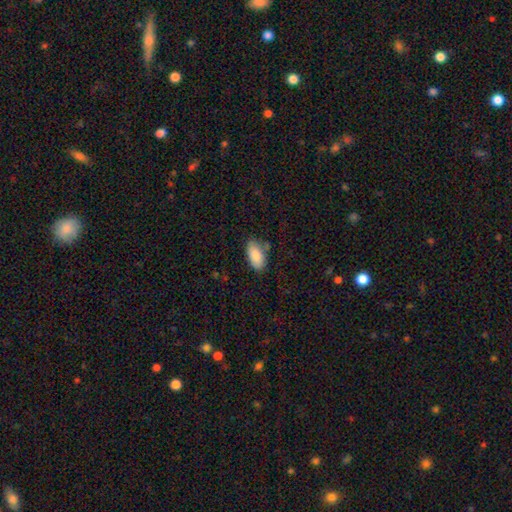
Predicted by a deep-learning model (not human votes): This is clearly a smooth galaxy (86%). How rounded: clearly in between (93%). Merging: likely none (73%).